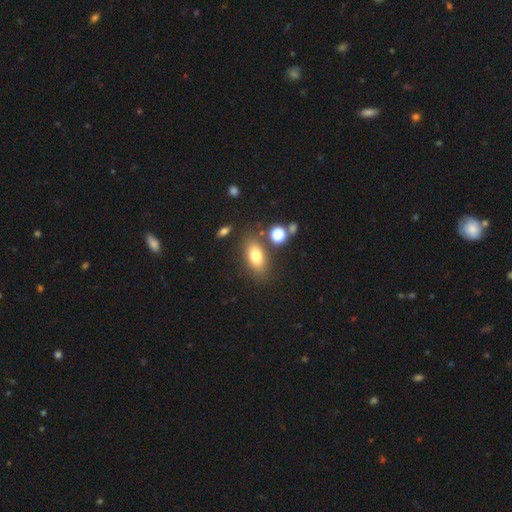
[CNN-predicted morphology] Q: Smooth or featured?
A: smooth (75%); runner-up: featured or disk (15%)
Q: How rounded?
A: in between (82%); runner-up: round (10%)
Q: Merging?
A: none (78%); runner-up: minor disturbance (12%)